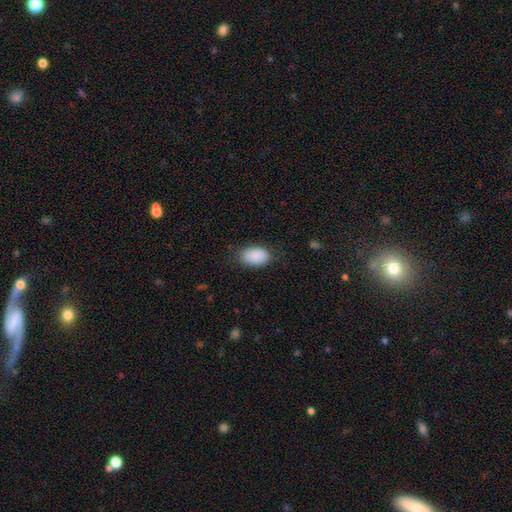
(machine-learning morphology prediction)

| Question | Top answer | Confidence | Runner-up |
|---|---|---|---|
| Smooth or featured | smooth | 90% | star or artifact (7%) |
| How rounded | in between | 91% | round (8%) |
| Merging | none | 80% | minor disturbance (15%) |